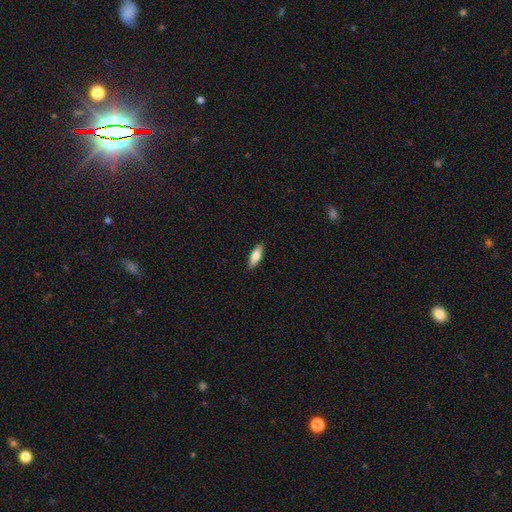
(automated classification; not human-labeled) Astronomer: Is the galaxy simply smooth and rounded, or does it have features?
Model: smooth — 70%.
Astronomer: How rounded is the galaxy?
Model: in between — 55% (runner-up: cigar-shaped, 43%).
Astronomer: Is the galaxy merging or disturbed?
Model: none — 89%.